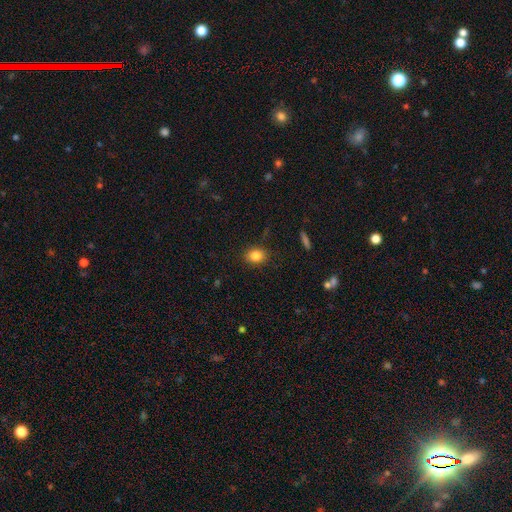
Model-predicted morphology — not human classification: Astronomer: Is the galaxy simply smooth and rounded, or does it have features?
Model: smooth — 84%.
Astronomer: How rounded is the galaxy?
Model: in between — 53% (runner-up: round, 46%).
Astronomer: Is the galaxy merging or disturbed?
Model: none — 87%.